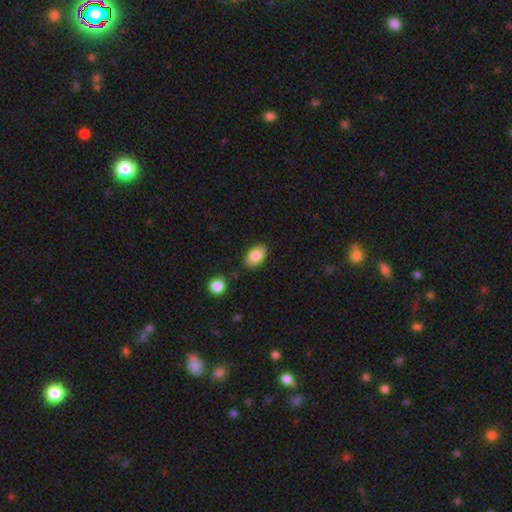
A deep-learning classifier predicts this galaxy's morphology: smooth-or-featured: smooth: 84% | featured or disk: 8% | star or artifact: 7%
  how-rounded: in between: 91% | round: 7% | cigar-shaped: 2%
  merging: none: 82% | minor disturbance: 12% | merger: 4% | major disturbance: 2%